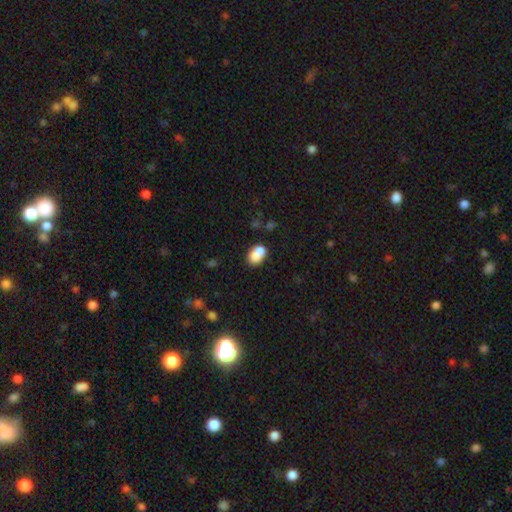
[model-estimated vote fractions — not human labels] The model was most divided on "merging": merger: 54%, none: 31%, minor disturbance: 11%, major disturbance: 5%. More confident: smooth or featured — smooth (75%); how rounded — in between (68%).